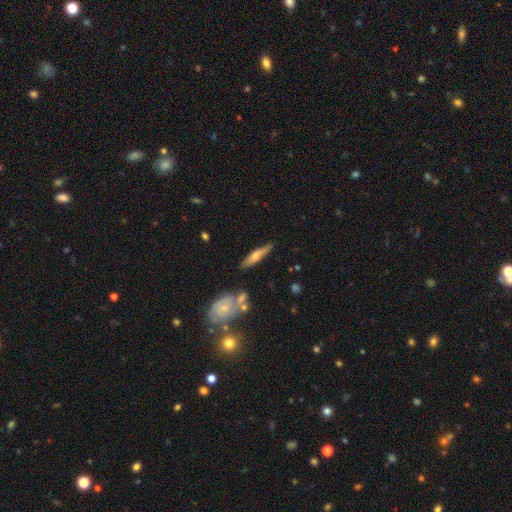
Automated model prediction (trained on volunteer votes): A featured or disk galaxy (49%).

Vote fractions:
- Smooth or featured? featured or disk: 49% / smooth: 45% / star or artifact: 6%
- Merging? none: 77% / minor disturbance: 14% / merger: 5% / major disturbance: 3%